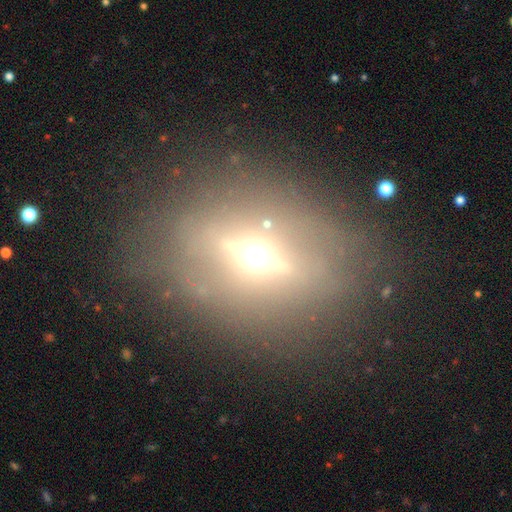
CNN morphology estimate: Q: Smooth or featured?
A: featured or disk (65%); runner-up: smooth (20%)
Q: Edge-on disk?
A: yes (67%); runner-up: no (33%)
Q: Merging?
A: none (75%); runner-up: minor disturbance (13%)